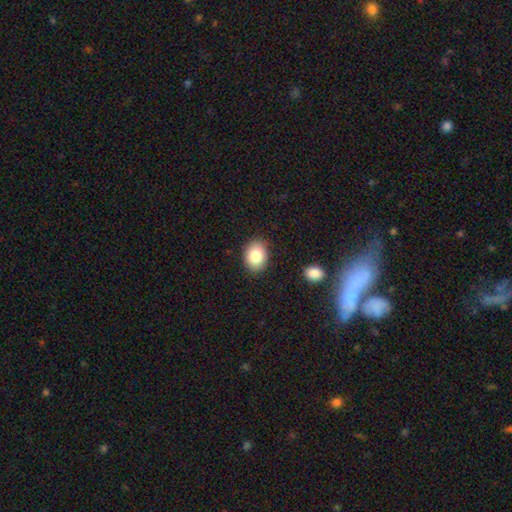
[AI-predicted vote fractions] The model was most divided on "how rounded": in between: 62%, round: 37%, cigar-shaped: 1%. More confident: merging — none (87%); smooth or featured — smooth (83%).